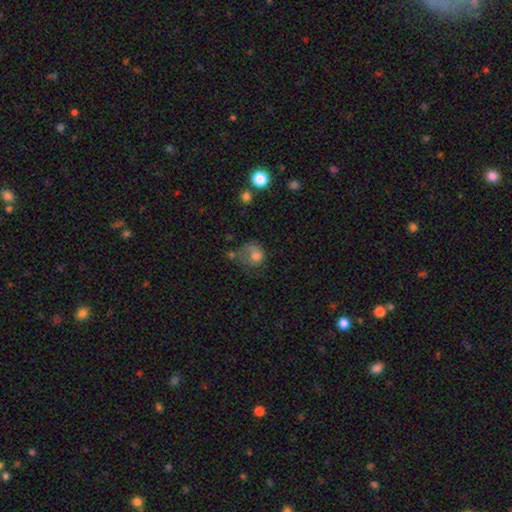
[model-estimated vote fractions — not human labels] This appears to be a smooth galaxy with no disk features (69%) that is round (66%). Merging: major disturbance (38%).